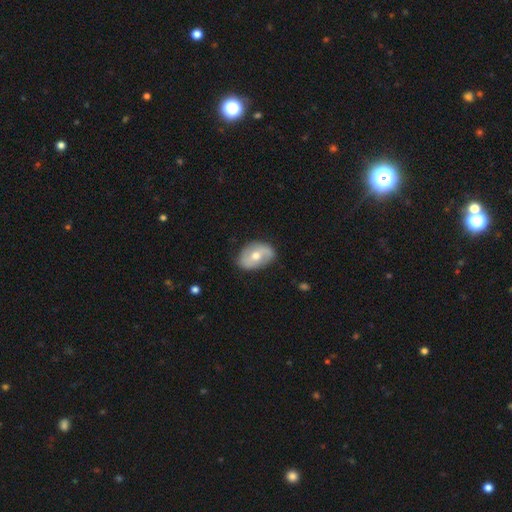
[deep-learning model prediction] This appears to be a featured or disk galaxy (54%) with no bar (48%), spiral arms (64%) and a moderate central bulge (73%). Merging: none (76%).